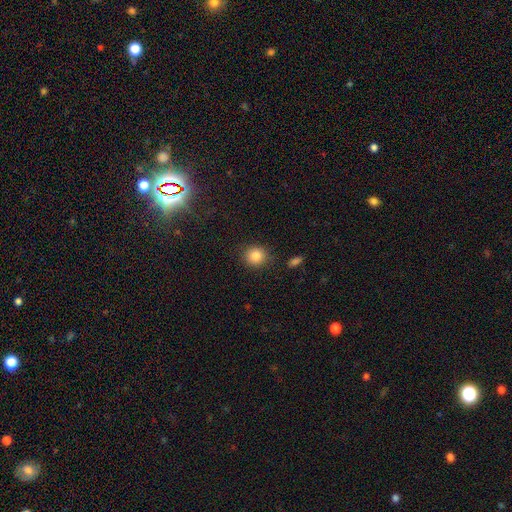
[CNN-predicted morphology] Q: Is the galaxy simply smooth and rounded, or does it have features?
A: smooth — 85%.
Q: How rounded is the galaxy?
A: round — 85%.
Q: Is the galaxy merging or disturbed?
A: none — 85%.